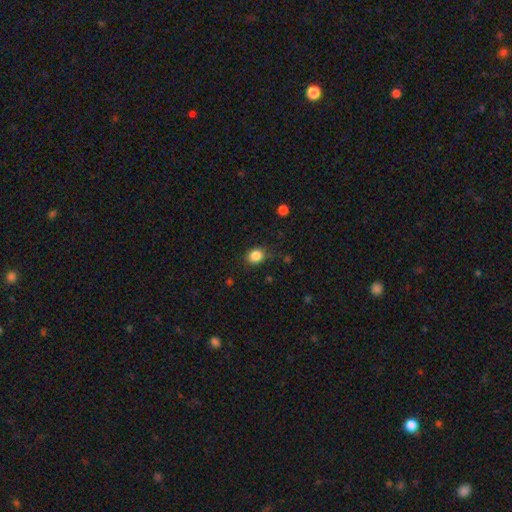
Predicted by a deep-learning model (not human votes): smooth-or-featured: smooth: 85% | star or artifact: 11% | featured or disk: 4%
  how-rounded: round: 69% | in between: 30% | cigar-shaped: 1%
  merging: none: 80% | minor disturbance: 15% | major disturbance: 4% | merger: 1%